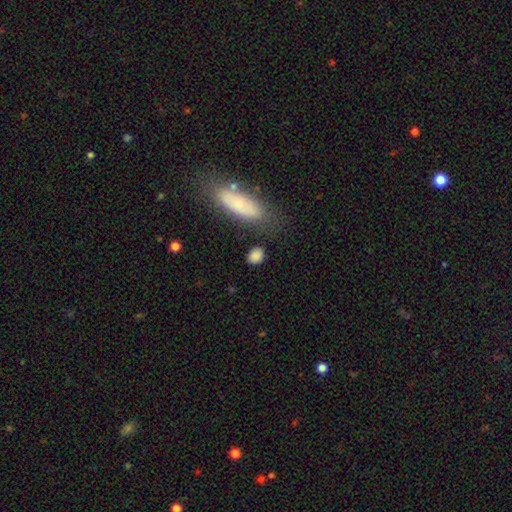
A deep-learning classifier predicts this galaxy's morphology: A smooth galaxy with no disk features (86%) that is in between round and cigar-shaped (61%). Merging: none (78%).